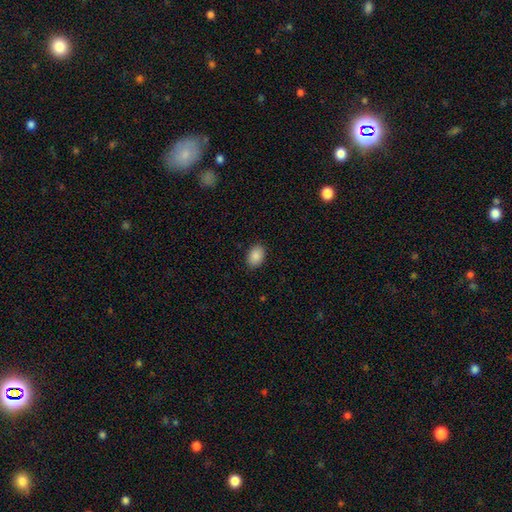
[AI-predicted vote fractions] Smooth or featured? smooth (89%)
How rounded? in between (85%)
Merging? none (89%)